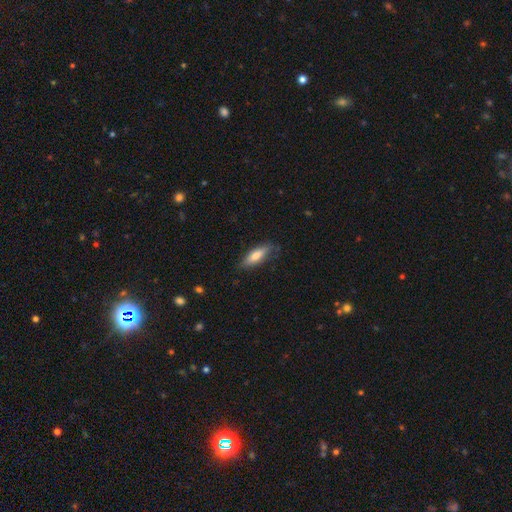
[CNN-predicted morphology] Q: Smooth or featured?
A: smooth (72%); runner-up: featured or disk (22%)
Q: How rounded?
A: in between (51%); runner-up: cigar-shaped (47%)
Q: Merging?
A: none (76%); runner-up: minor disturbance (19%)